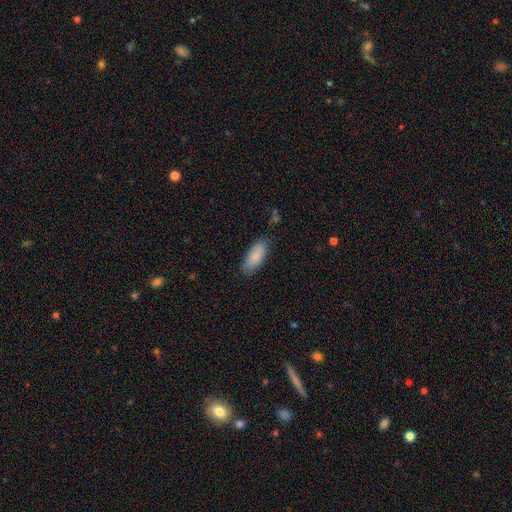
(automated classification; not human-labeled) A smooth galaxy with no disk features (85%) that is in between round and cigar-shaped (77%).

Vote fractions:
- Smooth or featured? smooth: 85% / featured or disk: 9% / star or artifact: 6%
- How rounded? in between: 77% / cigar-shaped: 21% / round: 2%
- Merging? none: 81% / minor disturbance: 14% / major disturbance: 3% / merger: 1%